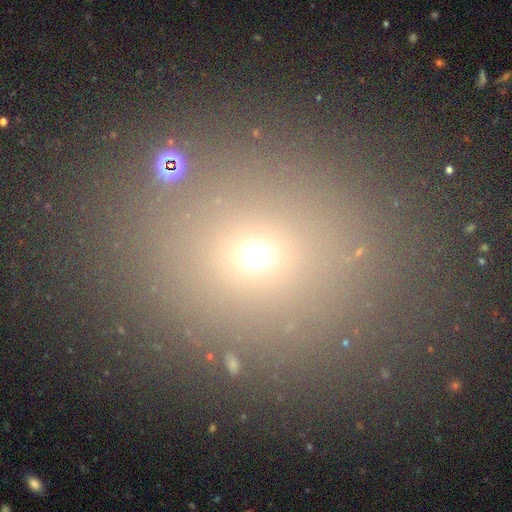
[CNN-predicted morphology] Smooth or featured: smooth — 61% (star or artifact — 29%)
How rounded: round — 70% (in between — 28%)
Merging: none — 81% (minor disturbance — 9%)